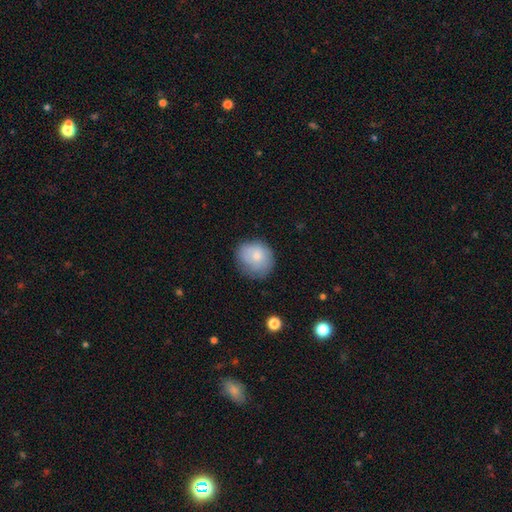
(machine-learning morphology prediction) A smooth galaxy with no disk features (76%) that is round (73%). Merging: none (63%).